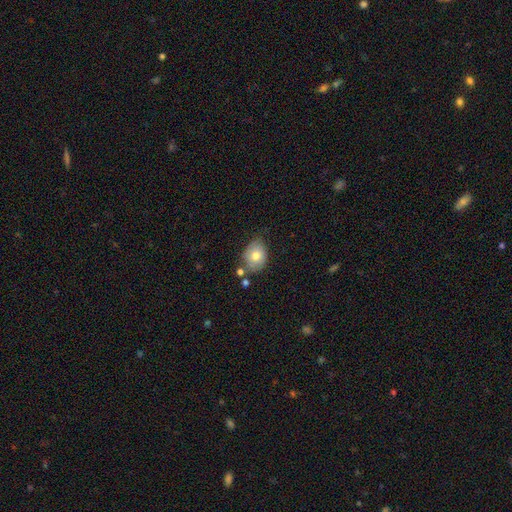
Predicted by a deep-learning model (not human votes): Smooth or featured? smooth (74%)
How rounded? in between (56%)
Merging? none (60%)